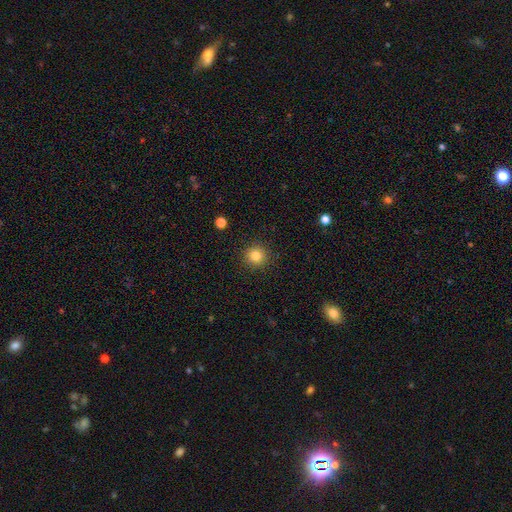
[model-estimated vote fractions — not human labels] A smooth galaxy with no disk features (83%) that is round (93%). Merging: none (91%).